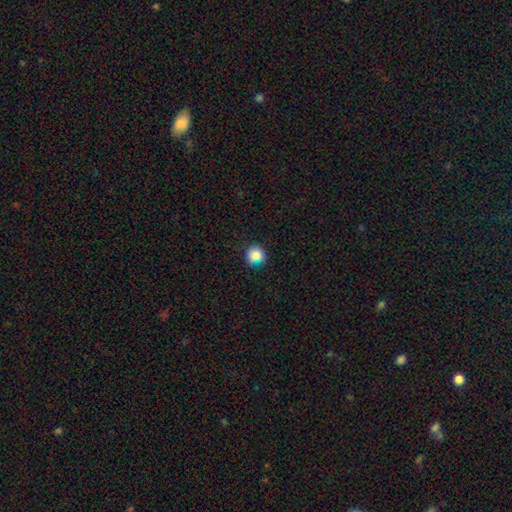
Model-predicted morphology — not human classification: Smooth or featured?
  - smooth: 82% *
  - star or artifact: 11%
  - featured or disk: 7%
How rounded?
  - round: 87% *
  - in between: 12%
  - cigar-shaped: 1%
Merging?
  - none: 74% *
  - minor disturbance: 18%
  - major disturbance: 4%
  - merger: 4%